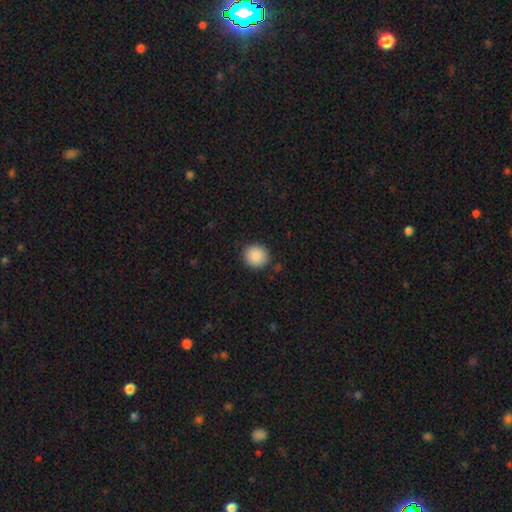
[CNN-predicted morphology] type=smooth (89%); roundness=round (89%); merging=none (89%).